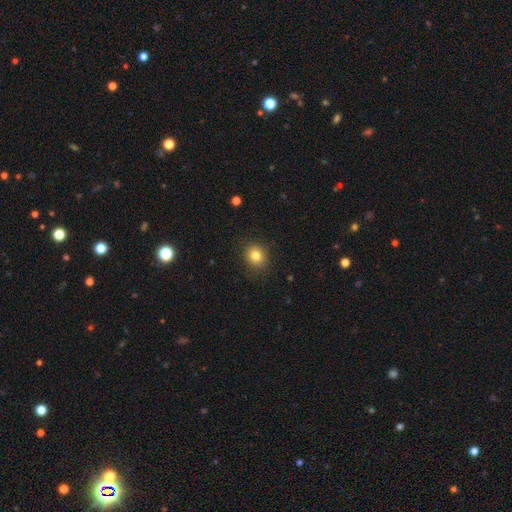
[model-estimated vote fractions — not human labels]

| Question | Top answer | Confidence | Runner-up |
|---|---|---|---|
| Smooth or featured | smooth | 81% | star or artifact (12%) |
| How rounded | round | 76% | in between (23%) |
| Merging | none | 88% | minor disturbance (8%) |